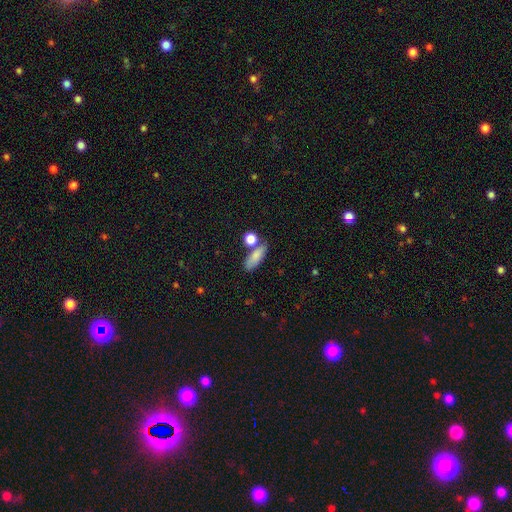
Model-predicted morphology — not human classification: The model was most divided on "how rounded": in between: 64%, cigar-shaped: 28%, round: 8%. More confident: smooth or featured — smooth (80%); merging — none (62%).